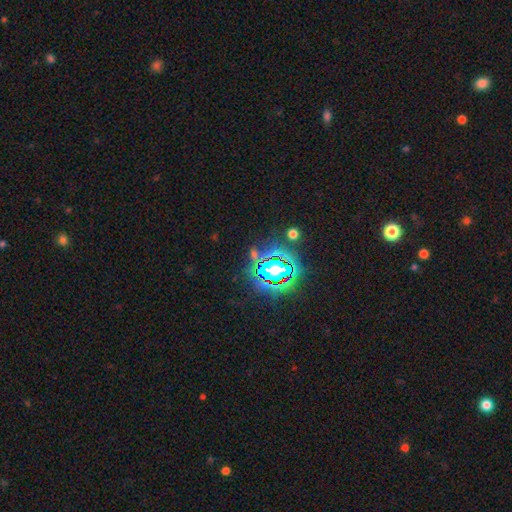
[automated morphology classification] Q: Smooth or featured?
A: star or artifact (73%); runner-up: smooth (15%)